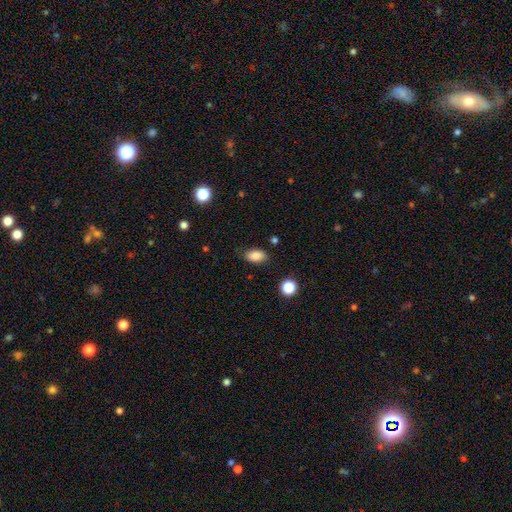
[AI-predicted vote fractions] A smooth galaxy with no disk features (87%) that is in between round and cigar-shaped (89%).

Vote fractions:
- Smooth or featured? smooth: 87% / star or artifact: 9% / featured or disk: 5%
- How rounded? in between: 89% / round: 8% / cigar-shaped: 3%
- Merging? none: 81% / minor disturbance: 14% / major disturbance: 3% / merger: 2%